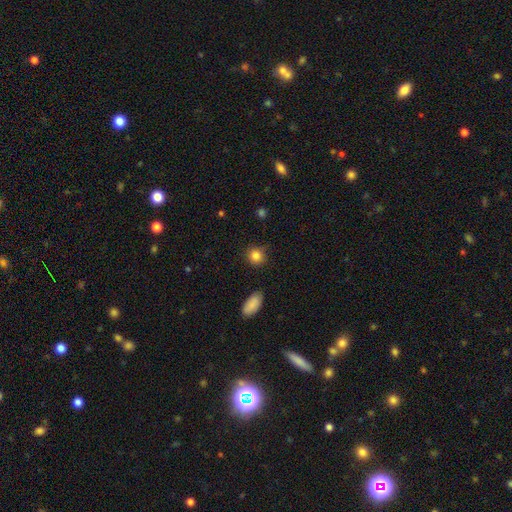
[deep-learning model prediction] This appears to be a smooth galaxy with no disk features (85%) that is round (87%). Merging: none (84%).